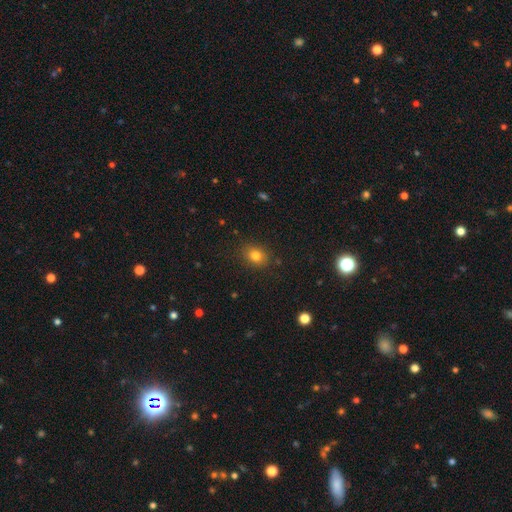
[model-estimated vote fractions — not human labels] Q: Smooth or featured?
A: smooth (79%); runner-up: star or artifact (13%)
Q: How rounded?
A: round (52%); runner-up: in between (47%)
Q: Merging?
A: none (87%); runner-up: minor disturbance (9%)